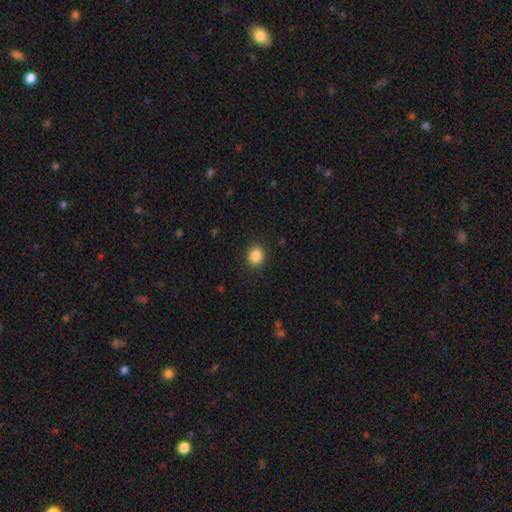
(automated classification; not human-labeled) A smooth galaxy with no disk features (86%) that is round (74%). Merging: none (90%).